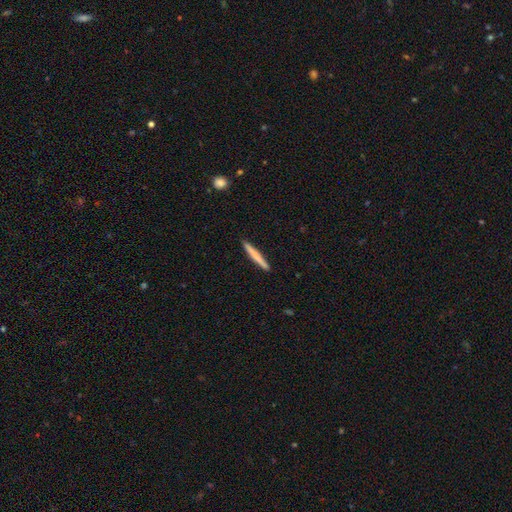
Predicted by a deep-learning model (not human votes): Morphology: type=smooth (70%); roundness=cigar-shaped (96%); merging=none (92%).